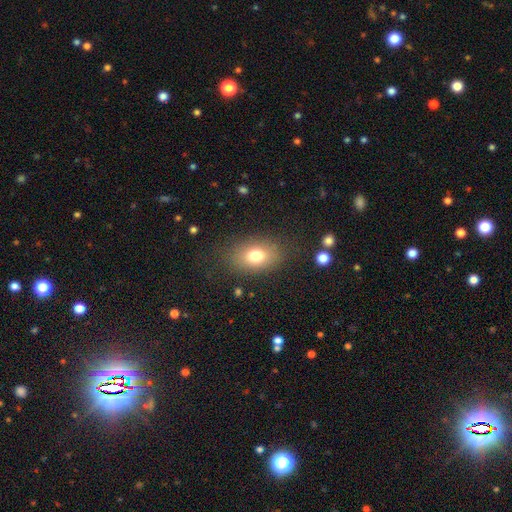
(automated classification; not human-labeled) A smooth galaxy with no disk features (76%) that is in between round and cigar-shaped (79%). Merging: none (80%).